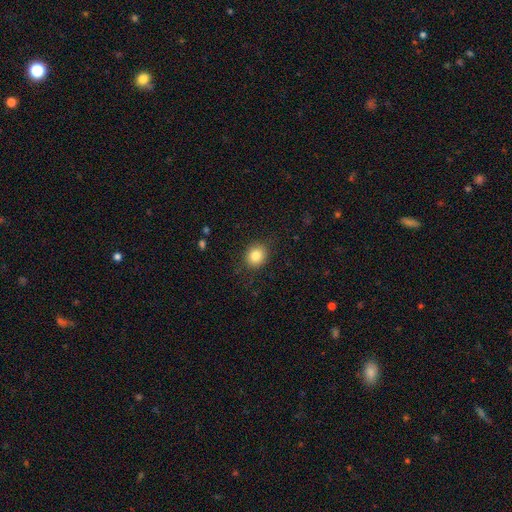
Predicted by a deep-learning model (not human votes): Smooth or featured: smooth — 83% (star or artifact — 10%)
How rounded: round — 73% (in between — 26%)
Merging: none — 87% (minor disturbance — 10%)